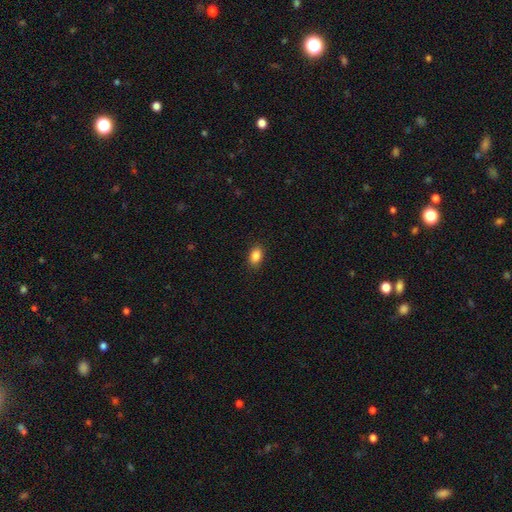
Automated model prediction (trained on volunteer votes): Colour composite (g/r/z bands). It shows a smooth galaxy with no disk features (87%) that is in between round and cigar-shaped (85%). Merging: none (88%).